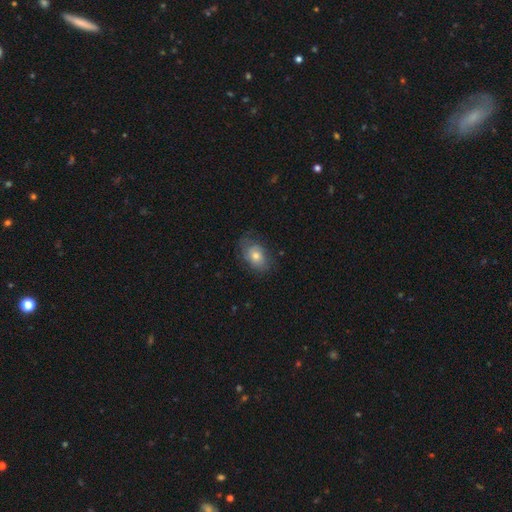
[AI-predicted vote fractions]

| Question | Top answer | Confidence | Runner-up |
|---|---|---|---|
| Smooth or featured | smooth | 60% | featured or disk (30%) |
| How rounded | in between | 80% | round (19%) |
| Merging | none | 67% | minor disturbance (23%) |